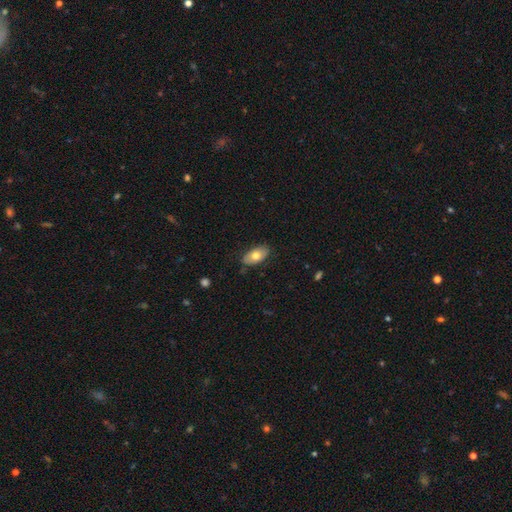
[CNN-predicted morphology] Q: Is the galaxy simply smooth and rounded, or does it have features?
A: smooth — 71%.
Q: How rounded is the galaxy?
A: in between — 93%.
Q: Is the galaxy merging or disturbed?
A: none — 83%.